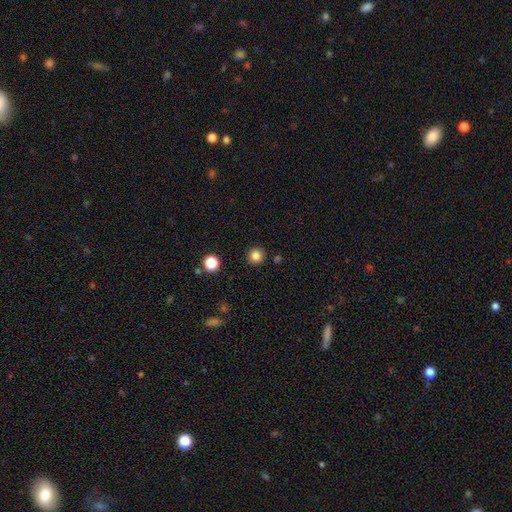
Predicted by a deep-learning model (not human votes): This appears to be a smooth galaxy with no disk features (84%) that is round (94%). Merging: none (91%).